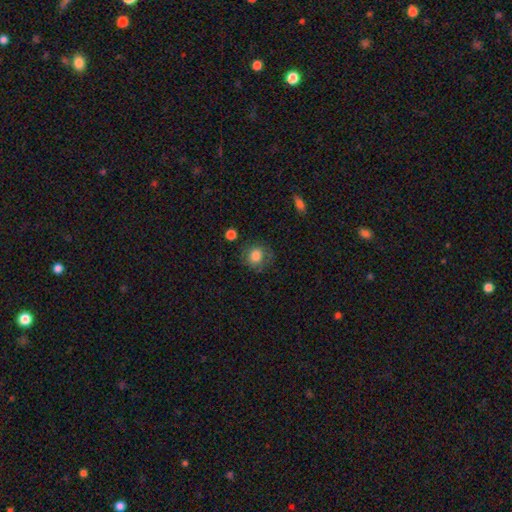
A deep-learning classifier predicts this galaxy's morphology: A smooth galaxy with no disk features (79%) that is round (81%). Merging: none (72%).